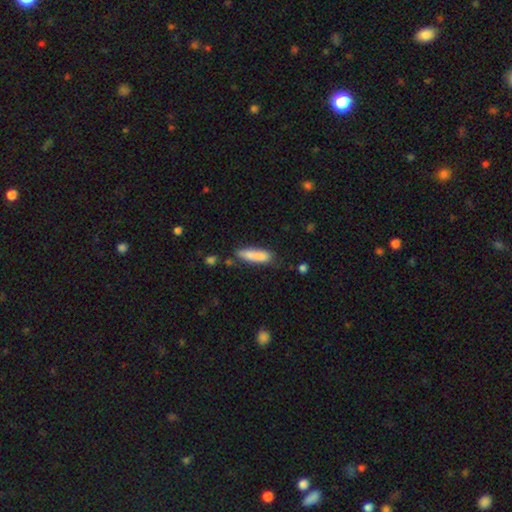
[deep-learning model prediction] smooth_or_featured: smooth (p=0.83) [alt: featured or disk p=0.11]
how_rounded: cigar-shaped (p=0.67) [alt: in between p=0.32]
merging: none (p=0.67) [alt: minor disturbance p=0.21]